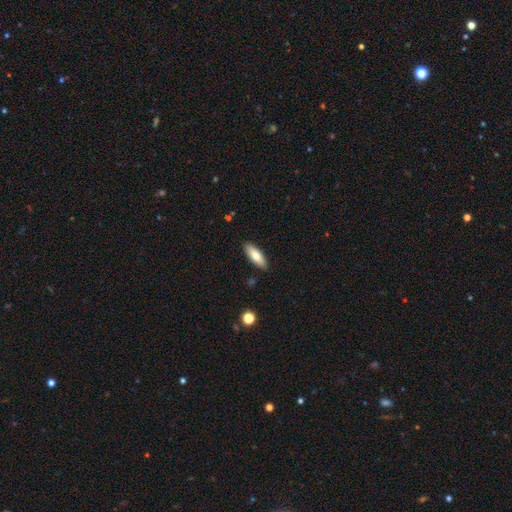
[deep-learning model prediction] This is likely a smooth galaxy (75%). How rounded: likely in between (64%). Merging: clearly none (88%).